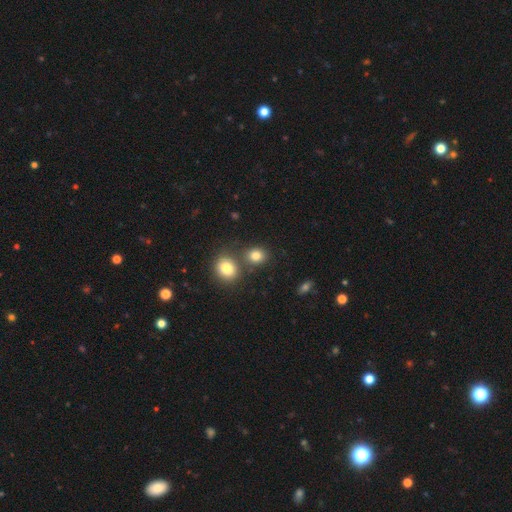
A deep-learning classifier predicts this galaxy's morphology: Smooth or featured? smooth (82%)
How rounded? round (66%)
Merging? none (64%)